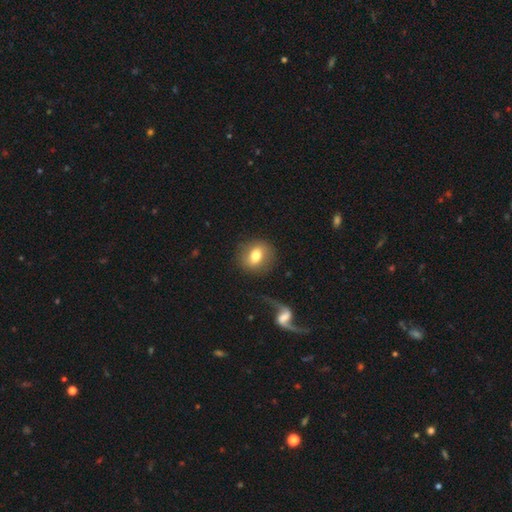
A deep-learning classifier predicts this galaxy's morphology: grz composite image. It shows a smooth galaxy with no disk features (70%) that is round (66%). Merging: none (79%).